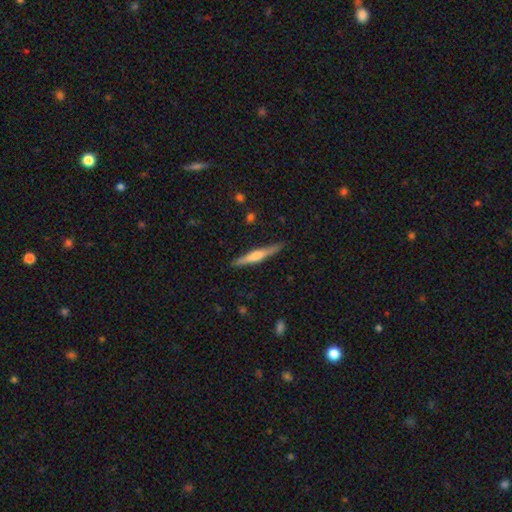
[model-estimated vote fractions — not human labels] smooth-or-featured: featured or disk: 61% | smooth: 33% | star or artifact: 6%
  disk-edge-on: yes: 98% | no: 2%
    edge-on-bulge: rounded: 69% | boxy: 18% | none: 13%
  merging: none: 89% | minor disturbance: 8% | major disturbance: 2% | merger: 1%